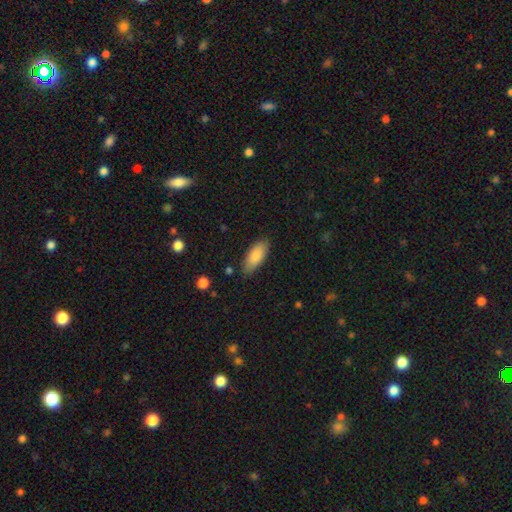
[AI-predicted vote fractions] Smooth or featured? Predicted: smooth (p=0.87). How rounded? Predicted: in between (p=0.83). Merging? Predicted: none (p=0.84).